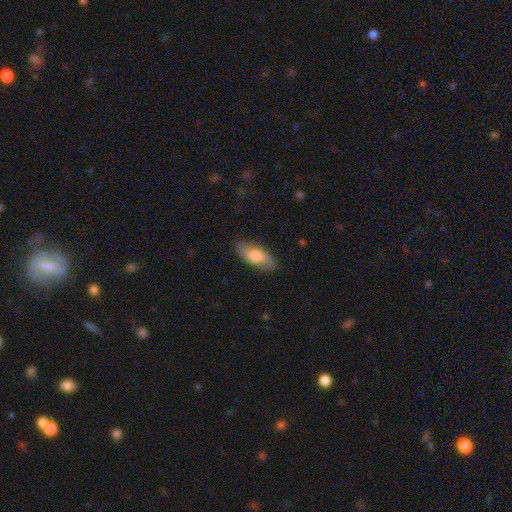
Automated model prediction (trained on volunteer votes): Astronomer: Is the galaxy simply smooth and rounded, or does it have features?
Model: smooth — 65%.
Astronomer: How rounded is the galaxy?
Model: in between — 81%.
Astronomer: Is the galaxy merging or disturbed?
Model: none — 82%.